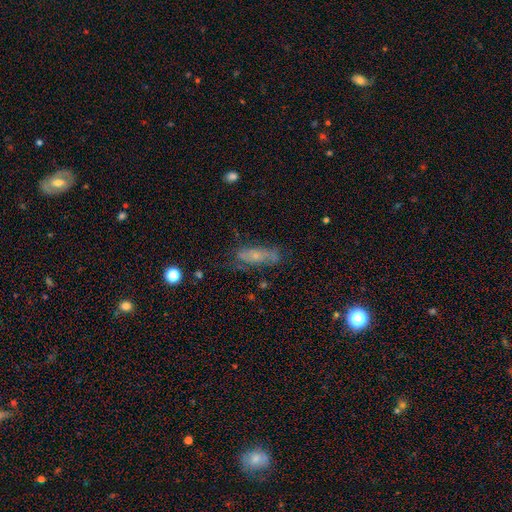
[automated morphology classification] smooth-or-featured: smooth: 45% | featured or disk: 42% | star or artifact: 12%
  merging: none: 57% | minor disturbance: 26% | major disturbance: 13% | merger: 4%